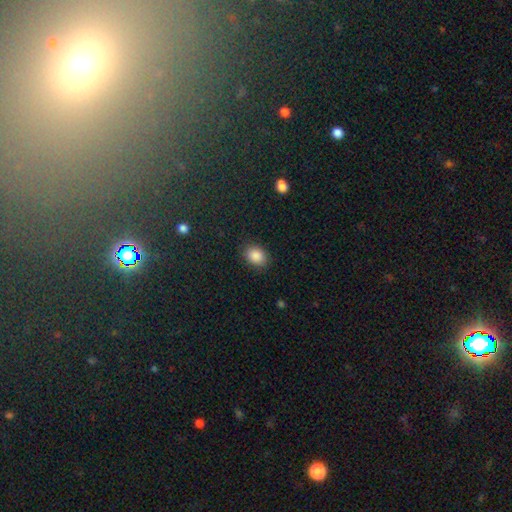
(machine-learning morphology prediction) type=smooth (88%); roundness=in between (65%); merging=none (87%).